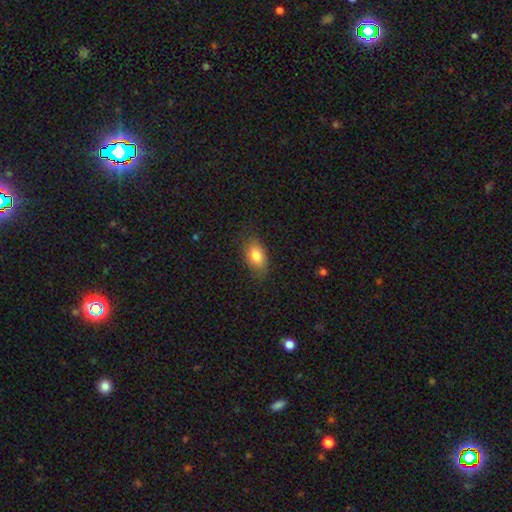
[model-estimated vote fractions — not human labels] This appears to be a smooth galaxy with no disk features (82%) that is in between round and cigar-shaped (88%). Merging: none (80%).